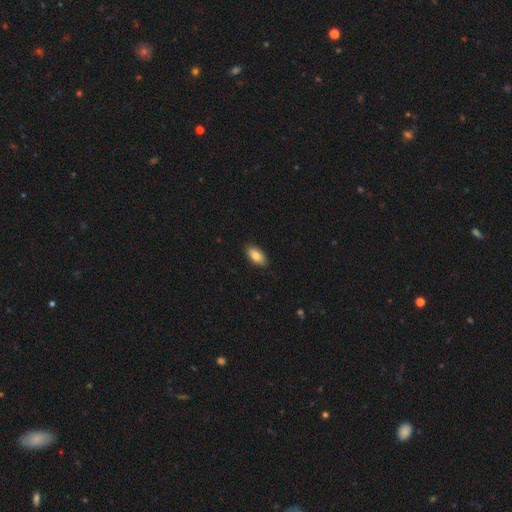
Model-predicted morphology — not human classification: smooth-or-featured: smooth: 86% | featured or disk: 8% | star or artifact: 7%
  how-rounded: in between: 93% | cigar-shaped: 4% | round: 3%
  merging: none: 89% | minor disturbance: 8% | major disturbance: 2% | merger: 1%